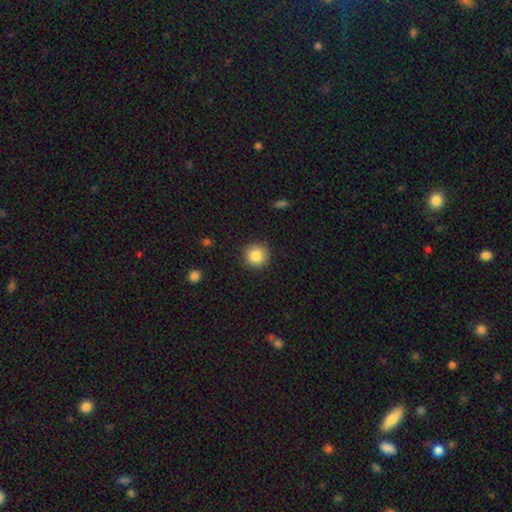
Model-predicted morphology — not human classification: This is clearly a smooth galaxy (85%). How rounded: clearly round (94%). Merging: clearly none (91%).